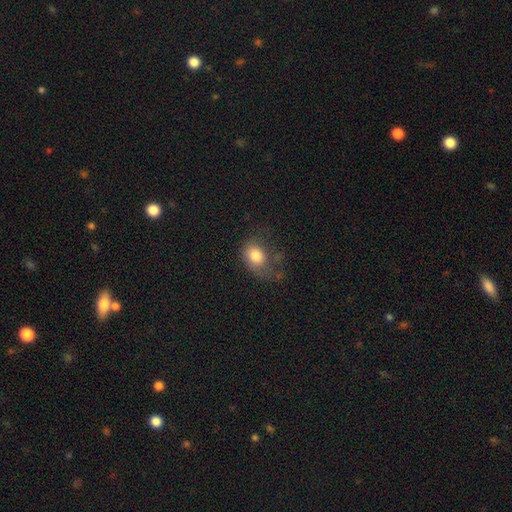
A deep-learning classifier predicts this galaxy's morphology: Smooth or featured?
  - smooth: 76% *
  - featured or disk: 15%
  - star or artifact: 9%
How rounded?
  - in between: 65% *
  - round: 34%
  - cigar-shaped: 1%
Merging?
  - none: 34% *
  - major disturbance: 33%
  - minor disturbance: 29%
  - merger: 4%